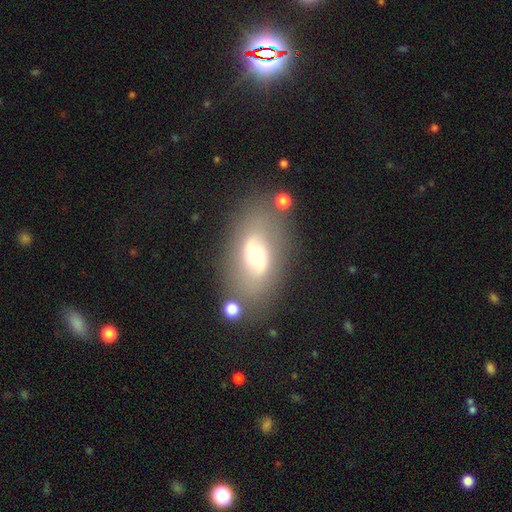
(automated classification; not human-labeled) Overall: featured or disk (50%; smooth 40%). Merging: none (74%).